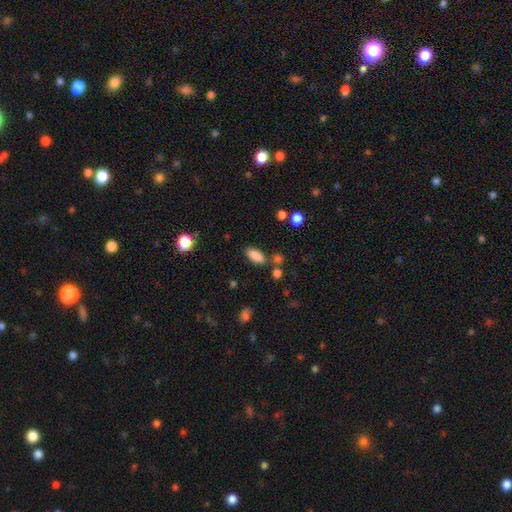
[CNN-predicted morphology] Smooth or featured? Predicted: smooth (p=0.86). How rounded? Predicted: in between (p=0.87). Merging? Predicted: none (p=0.75).